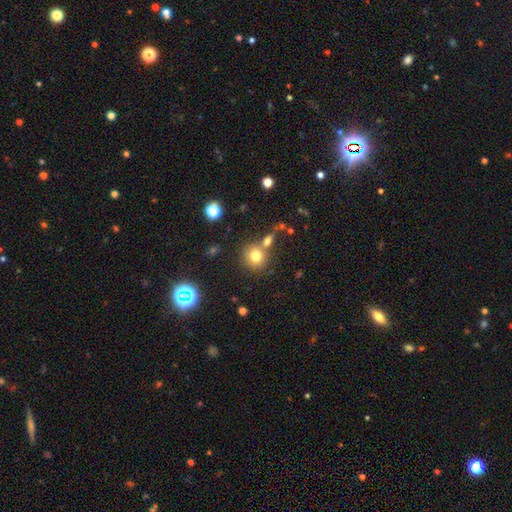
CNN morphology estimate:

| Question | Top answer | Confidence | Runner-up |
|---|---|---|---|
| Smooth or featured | smooth | 75% | star or artifact (14%) |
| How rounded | round | 86% | in between (13%) |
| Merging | none | 62% | merger (25%) |